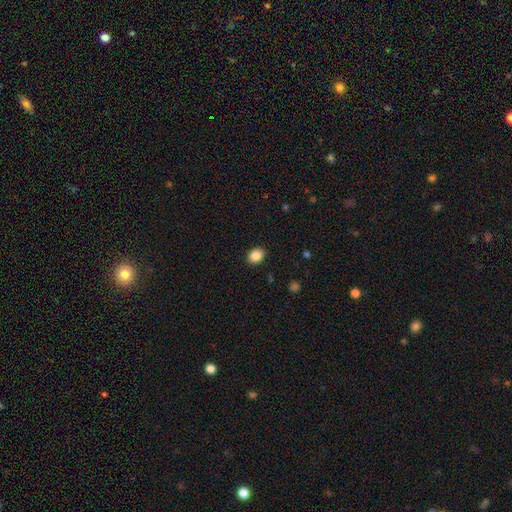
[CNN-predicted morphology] type=smooth (86%); roundness=in between (51%); merging=none (90%).